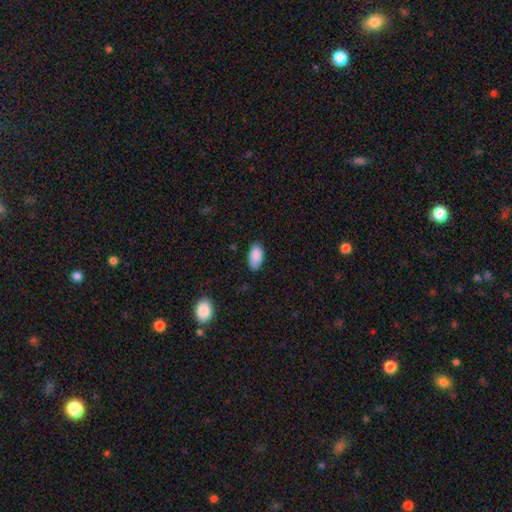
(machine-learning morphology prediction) This appears to be a smooth galaxy with no disk features (89%) that is in between round and cigar-shaped (95%). Merging: none (81%).